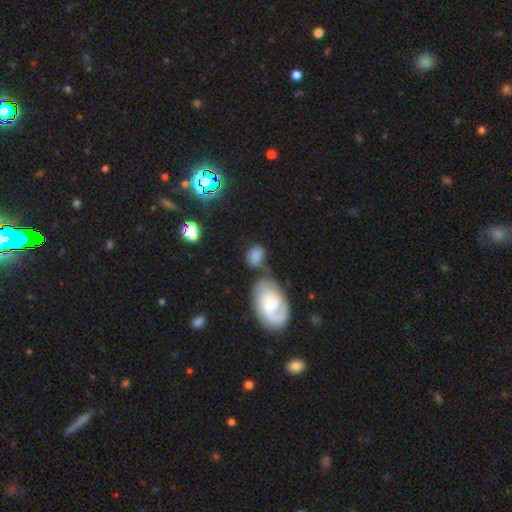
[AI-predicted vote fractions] Smooth or featured?
  - smooth: 64% *
  - featured or disk: 24%
  - star or artifact: 13%
How rounded?
  - in between: 65% *
  - round: 33%
  - cigar-shaped: 2%
Merging?
  - none: 41% *
  - merger: 30%
  - minor disturbance: 19%
  - major disturbance: 11%